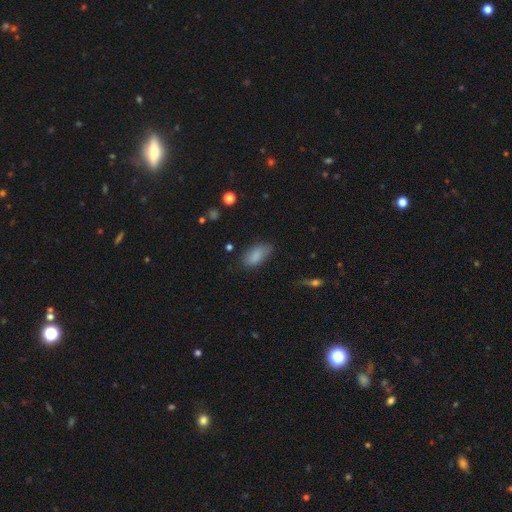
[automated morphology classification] This appears to be a smooth galaxy with no disk features (85%) that is in between round and cigar-shaped (90%). Merging: none (70%).